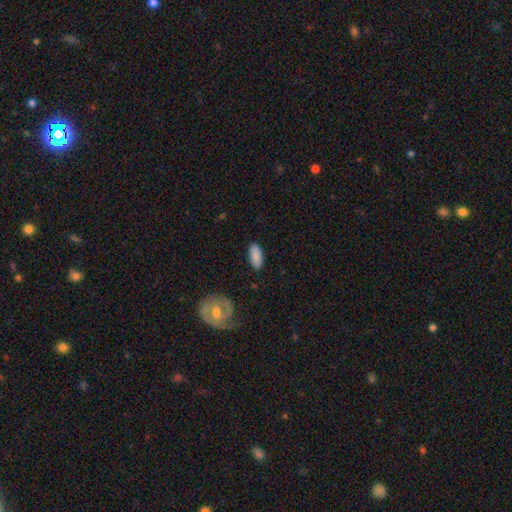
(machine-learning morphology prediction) The model was most divided on "how rounded": in between: 81%, cigar-shaped: 17%, round: 2%. More confident: merging — none (85%); smooth or featured — smooth (83%).